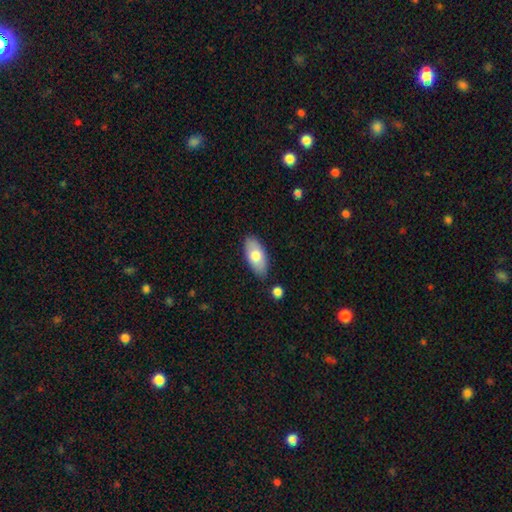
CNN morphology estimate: smooth-or-featured: smooth: 73% | featured or disk: 22% | star or artifact: 6%
  how-rounded: in between: 91% | cigar-shaped: 6% | round: 3%
  merging: none: 82% | minor disturbance: 13% | merger: 3% | major disturbance: 3%